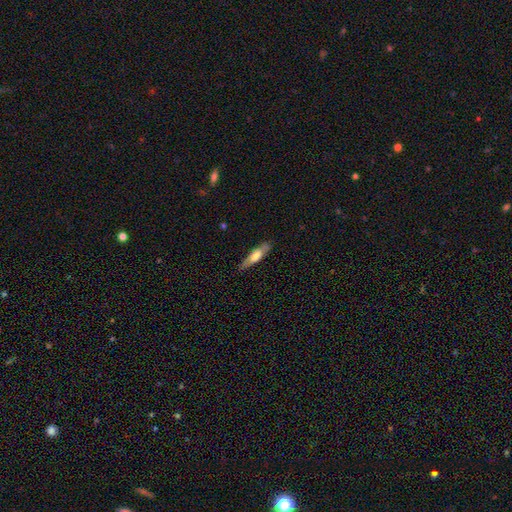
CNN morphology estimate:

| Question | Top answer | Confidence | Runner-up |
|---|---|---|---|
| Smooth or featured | smooth | 56% | featured or disk (38%) |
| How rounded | cigar-shaped | 72% | in between (27%) |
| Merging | none | 79% | minor disturbance (16%) |